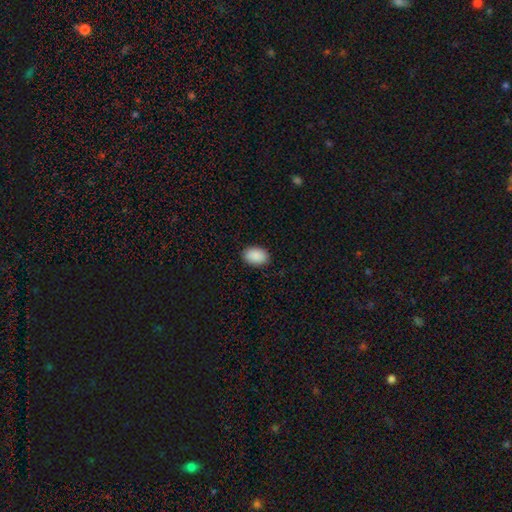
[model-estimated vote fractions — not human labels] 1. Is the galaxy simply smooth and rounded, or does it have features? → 91% smooth, 7% star or artifact, 3% featured or disk.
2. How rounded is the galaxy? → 86% in between, 12% round, 1% cigar-shaped.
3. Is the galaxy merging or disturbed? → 90% none, 8% minor disturbance, 2% major disturbance, 1% merger.